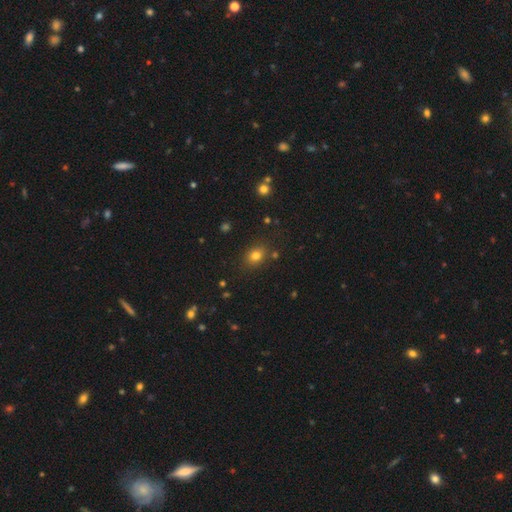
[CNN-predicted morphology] type=smooth (78%); roundness=in between (53%); merging=none (80%).